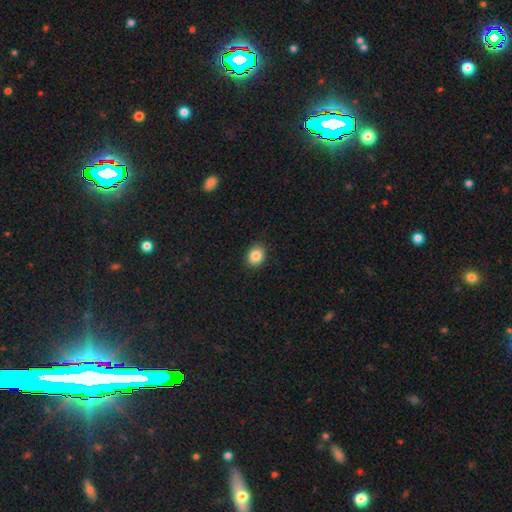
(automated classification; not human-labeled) A smooth galaxy with no disk features (86%) that is round (56%). Merging: none (89%).